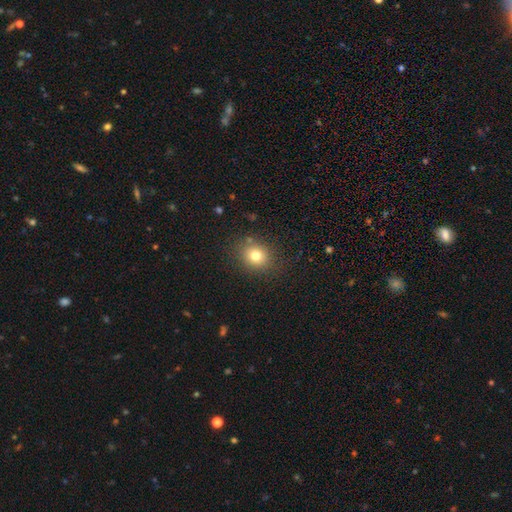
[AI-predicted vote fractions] smooth 77%, star or artifact 14%, featured or disk 9%. Down the decision tree: how rounded — round (76%); merging — none (83%).